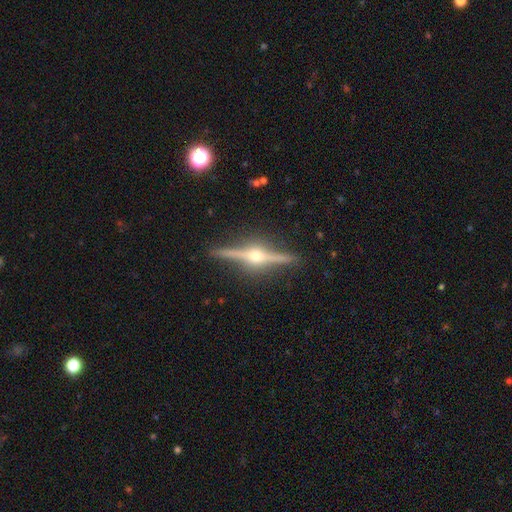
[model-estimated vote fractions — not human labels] featured or disk 88%, smooth 6%, star or artifact 6%. Down the decision tree: edge-on disk — yes (98%); edge-on bulge — rounded (96%); merging — none (90%).